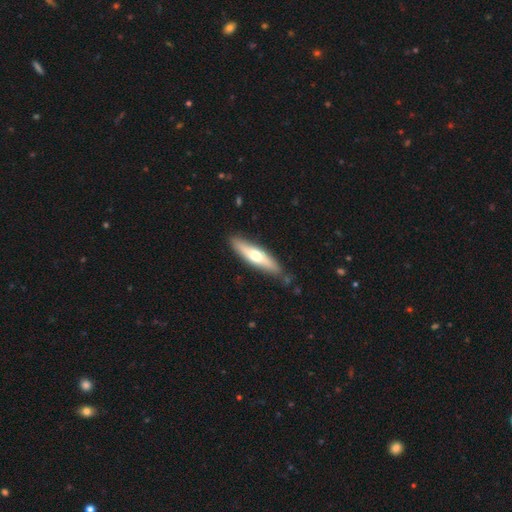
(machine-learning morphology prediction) Smooth or featured: smooth — 51% (featured or disk — 44%)
How rounded: cigar-shaped — 73% (in between — 25%)
Merging: none — 84% (minor disturbance — 12%)